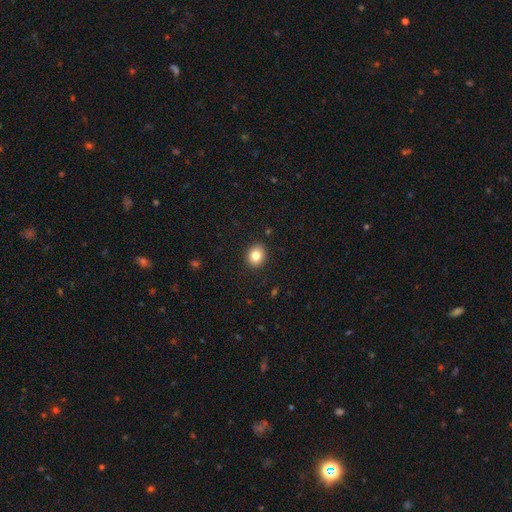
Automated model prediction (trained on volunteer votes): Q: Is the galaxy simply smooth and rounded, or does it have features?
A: smooth — 82%.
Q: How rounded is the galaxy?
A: round — 67%.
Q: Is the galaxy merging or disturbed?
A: none — 91%.